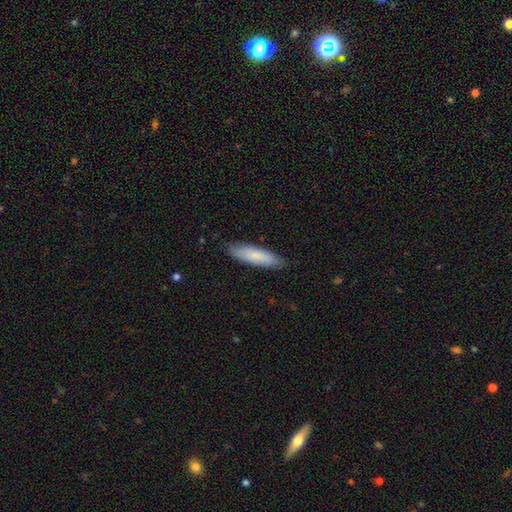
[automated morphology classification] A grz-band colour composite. It shows a smooth galaxy with no disk features (81%) that is cigar-shaped (69%). Merging: none (85%).